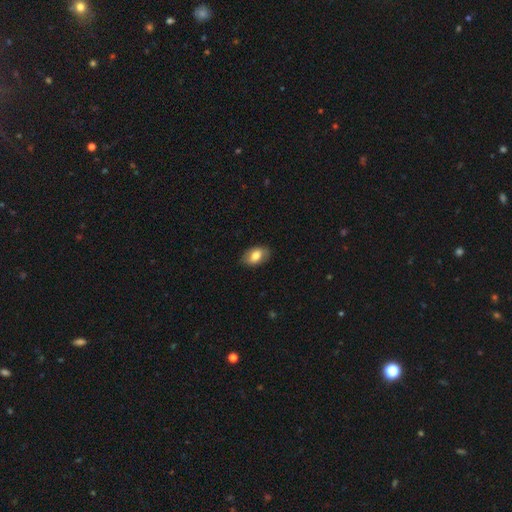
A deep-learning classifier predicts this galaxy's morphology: type=smooth (76%); roundness=in between (90%); merging=none (84%).